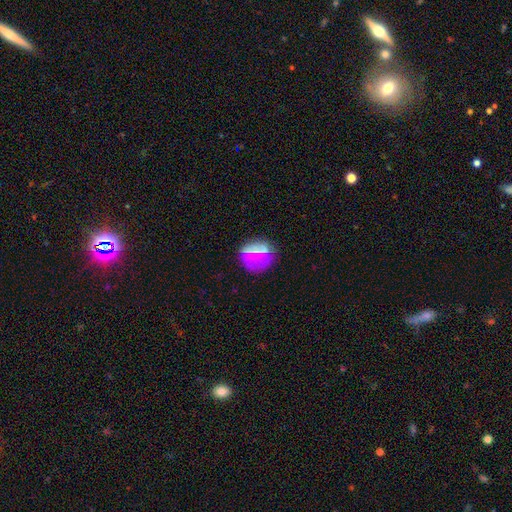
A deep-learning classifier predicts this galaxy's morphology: type=smooth (63%); roundness=round (85%); merging=none (78%).